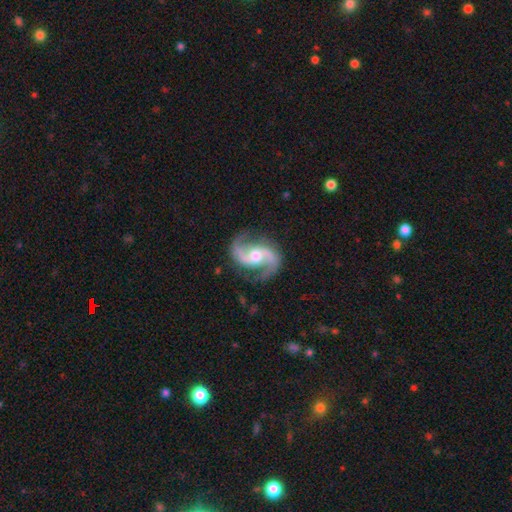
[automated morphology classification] smooth-or-featured: featured or disk: 93% | star or artifact: 4% | smooth: 3%
  disk-edge-on: no: 98% | yes: 2%
    bar: no: 45% | weak: 37% | strong: 18%
    has-spiral-arms: yes: 98% | no: 2%
      spiral-winding: medium: 56% | loose: 32% | tight: 12%
      spiral-arm-count: 2: 95% | can't tell: 1% | 3: 1% | 1: 1% | 4: 1% | more than 4: 1%
    bulge-size: moderate: 72% | small: 20% | large: 7% | none: 1% | dominant: 1%
  merging: none: 83% | minor disturbance: 12% | major disturbance: 4% | merger: 1%